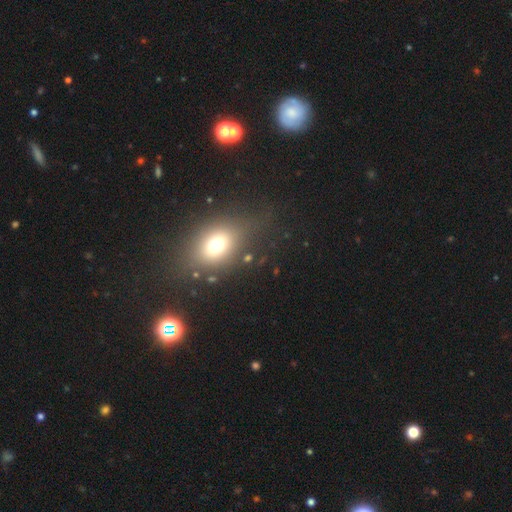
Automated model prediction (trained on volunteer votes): Smooth or featured?
  - smooth: 56% *
  - star or artifact: 27%
  - featured or disk: 16%
How rounded?
  - in between: 67% *
  - round: 27%
  - cigar-shaped: 6%
Merging?
  - none: 78% *
  - minor disturbance: 12%
  - major disturbance: 6%
  - merger: 4%